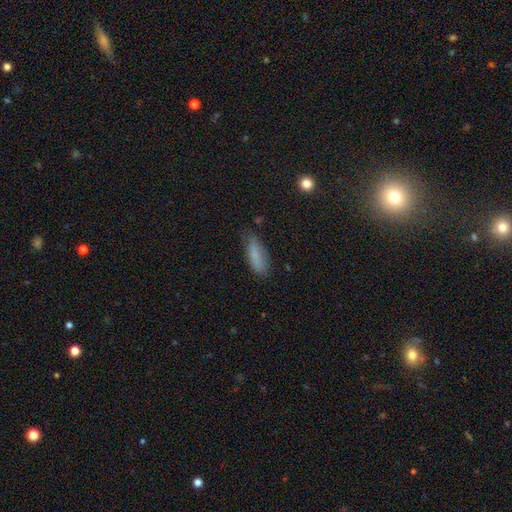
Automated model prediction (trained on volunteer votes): A smooth galaxy with no disk features (83%) that is in between round and cigar-shaped (53%).

Vote fractions:
- Smooth or featured? smooth: 83% / featured or disk: 9% / star or artifact: 8%
- How rounded? in between: 53% / cigar-shaped: 45% / round: 2%
- Merging? none: 66% / minor disturbance: 26% / major disturbance: 6% / merger: 2%